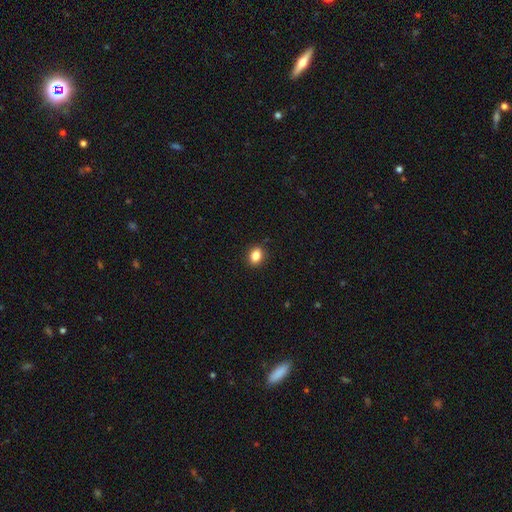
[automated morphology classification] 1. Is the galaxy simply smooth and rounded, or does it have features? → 85% smooth, 10% star or artifact, 5% featured or disk.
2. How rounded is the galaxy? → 69% in between, 30% round, 2% cigar-shaped.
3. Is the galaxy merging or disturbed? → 89% none, 8% minor disturbance, 2% major disturbance, 1% merger.